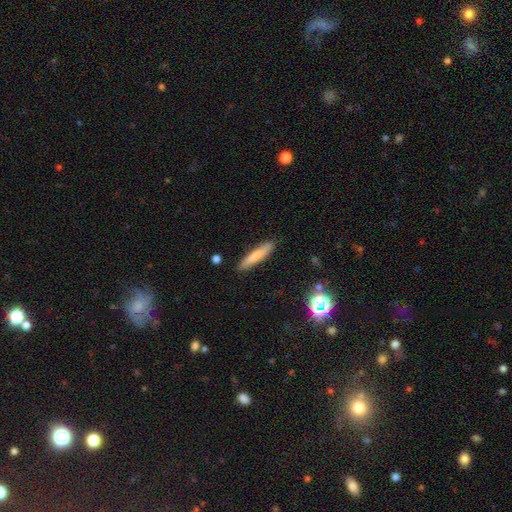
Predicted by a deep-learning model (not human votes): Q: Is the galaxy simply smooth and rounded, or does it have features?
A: smooth — 76%.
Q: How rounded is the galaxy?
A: cigar-shaped — 89%.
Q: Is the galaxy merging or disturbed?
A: none — 88%.